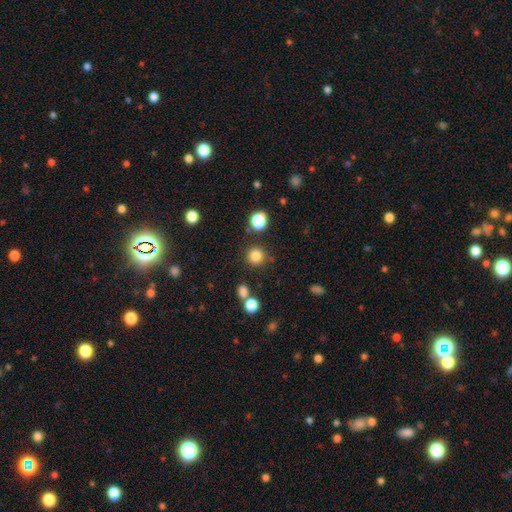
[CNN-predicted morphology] Overall: smooth (82%). How rounded: round (93%). Merging: none (84%).